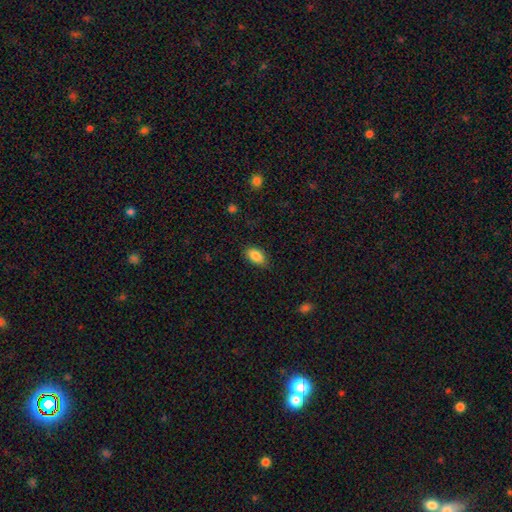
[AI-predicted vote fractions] smooth-or-featured: smooth: 86% | star or artifact: 8% | featured or disk: 6%
  how-rounded: in between: 91% | round: 5% | cigar-shaped: 4%
  merging: none: 81% | minor disturbance: 15% | major disturbance: 3% | merger: 1%